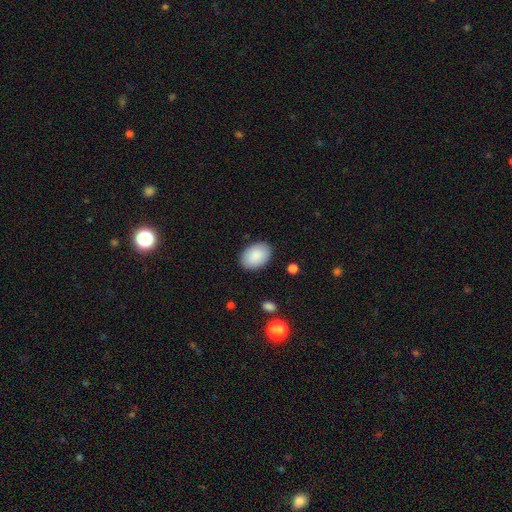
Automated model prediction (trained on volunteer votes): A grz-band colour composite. It shows a smooth galaxy with no disk features (89%) that is in between round and cigar-shaped (86%). Merging: none (88%).